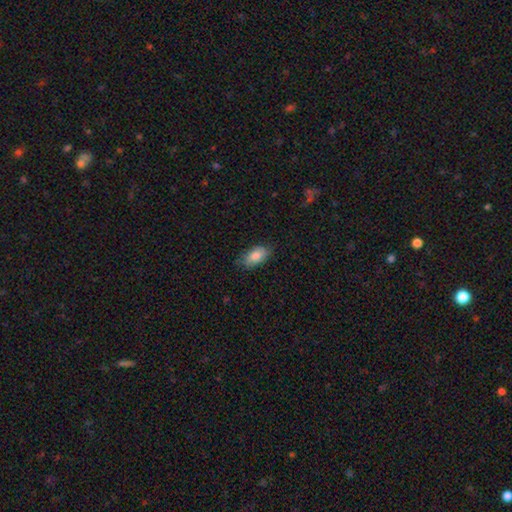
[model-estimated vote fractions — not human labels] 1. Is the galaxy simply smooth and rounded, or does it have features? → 81% smooth, 12% featured or disk, 7% star or artifact.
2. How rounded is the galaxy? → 91% in between, 5% cigar-shaped, 4% round.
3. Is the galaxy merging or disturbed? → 74% none, 21% minor disturbance, 4% major disturbance, 1% merger.